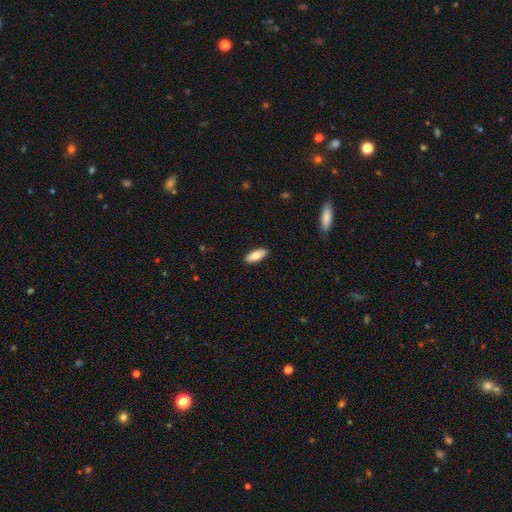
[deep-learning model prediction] This appears to be a smooth galaxy with no disk features (77%) that is in between round and cigar-shaped (78%). Merging: none (90%).